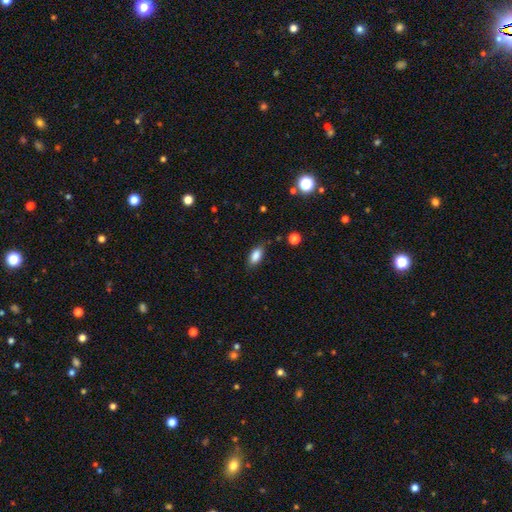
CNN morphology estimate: Smooth or featured? Predicted: smooth (p=0.86). How rounded? Predicted: in between (p=0.87). Merging? Predicted: none (p=0.81).